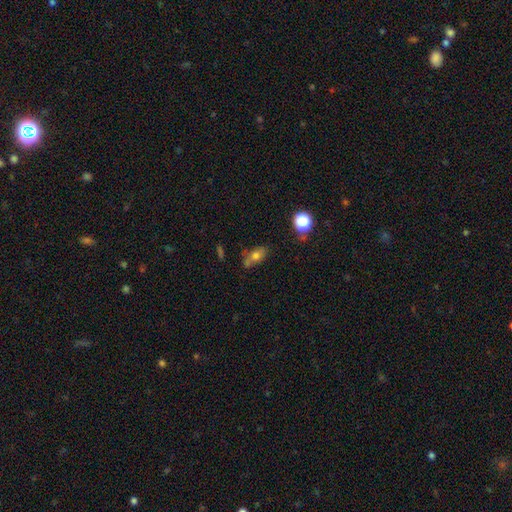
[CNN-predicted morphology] The model was most divided on "merging": none: 56%, minor disturbance: 23%, merger: 13%, major disturbance: 8%. More confident: how rounded — in between (75%); smooth or featured — smooth (67%).